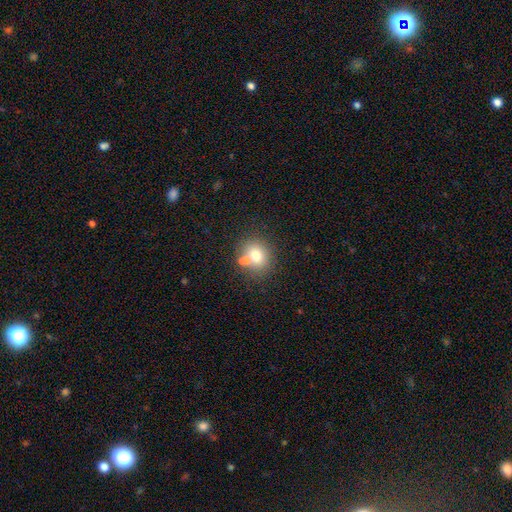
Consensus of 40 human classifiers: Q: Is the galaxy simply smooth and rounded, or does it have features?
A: smooth — 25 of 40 (62%).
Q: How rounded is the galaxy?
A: round — 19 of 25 (76%).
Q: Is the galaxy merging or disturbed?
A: none — 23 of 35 (66%).